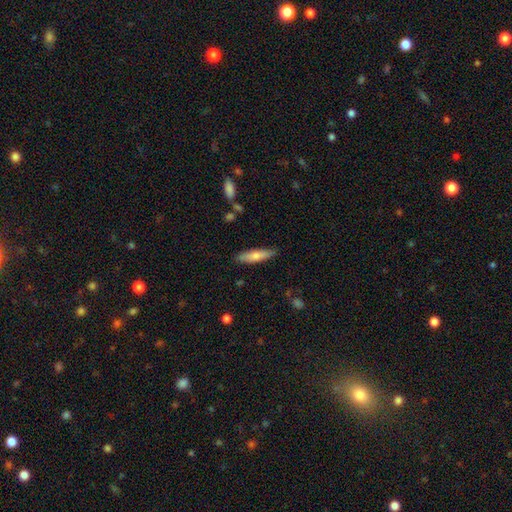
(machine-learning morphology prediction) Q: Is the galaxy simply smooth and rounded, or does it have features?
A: smooth — 68%.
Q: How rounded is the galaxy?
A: cigar-shaped — 74%.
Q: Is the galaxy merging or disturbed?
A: none — 84%.